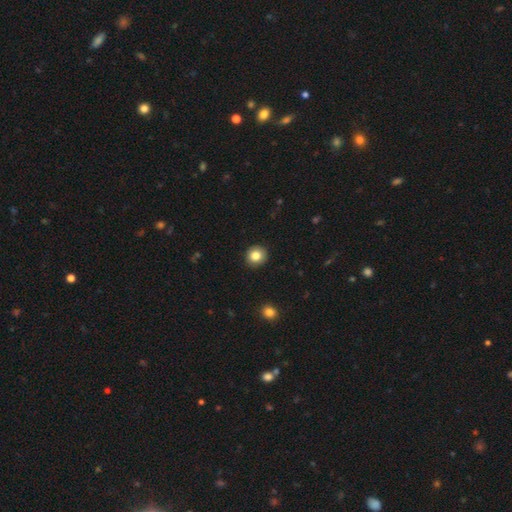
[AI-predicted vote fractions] The model was most divided on "smooth or featured": smooth: 84%, star or artifact: 10%, featured or disk: 6%. More confident: merging — none (92%); how rounded — round (90%).